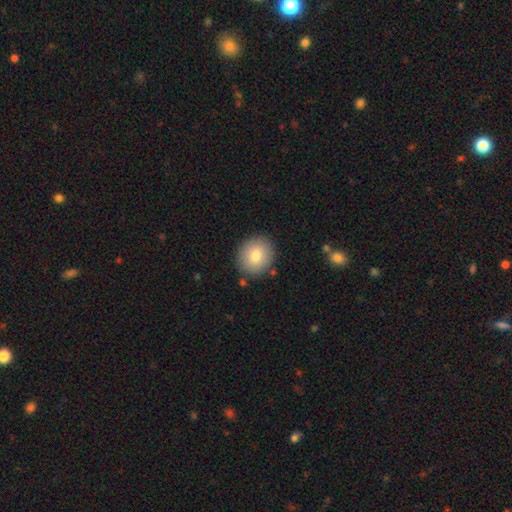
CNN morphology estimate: smooth-or-featured: smooth: 79% | featured or disk: 12% | star or artifact: 9%
  how-rounded: round: 81% | in between: 18% | cigar-shaped: 1%
  merging: none: 87% | minor disturbance: 8% | merger: 2% | major disturbance: 2%